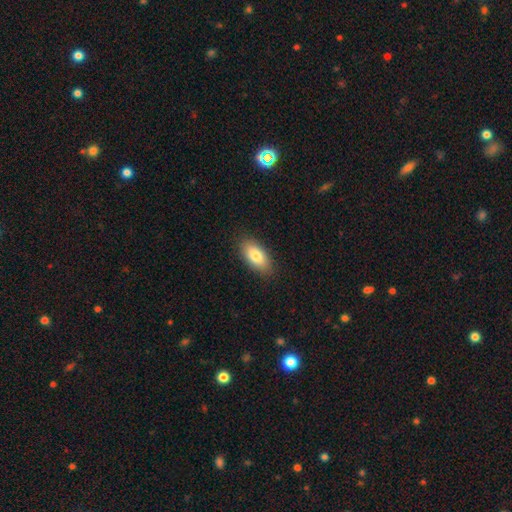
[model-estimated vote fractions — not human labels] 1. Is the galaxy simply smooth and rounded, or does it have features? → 82% smooth, 12% featured or disk, 7% star or artifact.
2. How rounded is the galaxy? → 89% in between, 7% cigar-shaped, 3% round.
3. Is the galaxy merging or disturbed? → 88% none, 9% minor disturbance, 2% major disturbance, 1% merger.